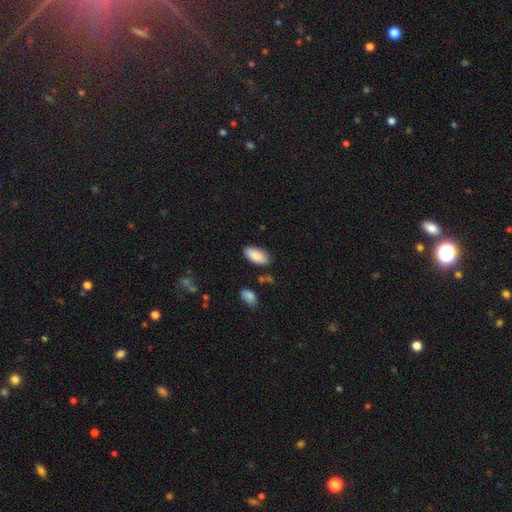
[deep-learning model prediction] This is clearly a smooth galaxy (88%). How rounded: clearly in between (92%). Merging: clearly none (83%).